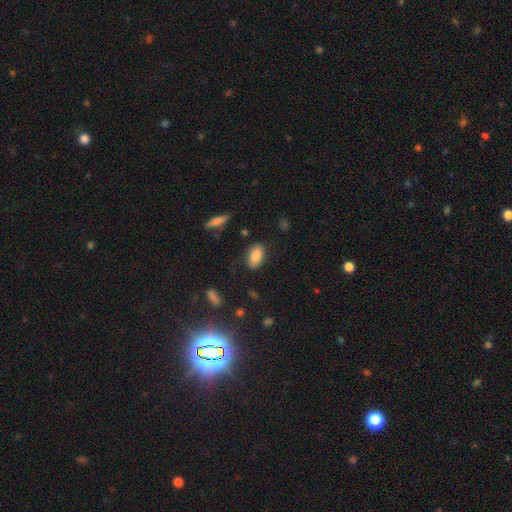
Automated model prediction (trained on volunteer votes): Smooth or featured: smooth — 84% (featured or disk — 9%)
How rounded: in between — 92% (round — 5%)
Merging: none — 81% (minor disturbance — 14%)